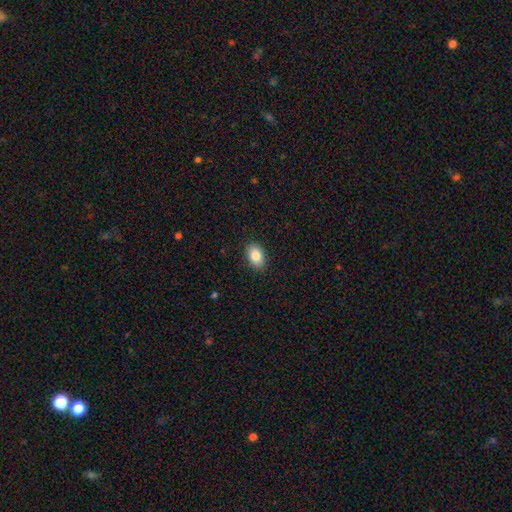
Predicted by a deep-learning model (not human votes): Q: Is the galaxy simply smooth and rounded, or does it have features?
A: smooth — 85%.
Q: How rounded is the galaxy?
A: in between — 86%.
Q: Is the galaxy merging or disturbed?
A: none — 88%.